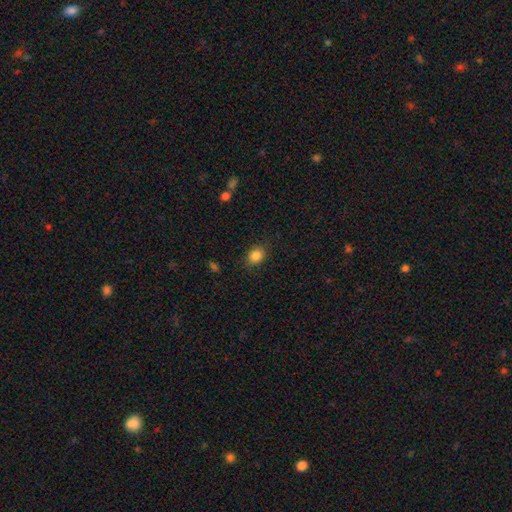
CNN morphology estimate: Smooth or featured?
  - smooth: 86% *
  - star or artifact: 10%
  - featured or disk: 5%
How rounded?
  - round: 50% *
  - in between: 49%
  - cigar-shaped: 1%
Merging?
  - none: 84% *
  - minor disturbance: 12%
  - major disturbance: 3%
  - merger: 1%